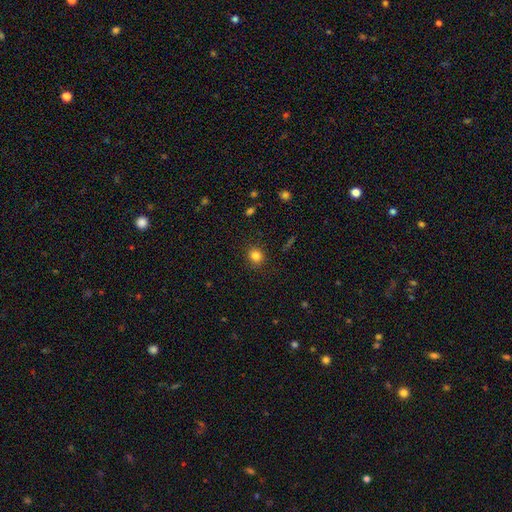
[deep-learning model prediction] This is clearly a smooth galaxy (82%). How rounded: clearly round (83%). Merging: clearly none (88%).